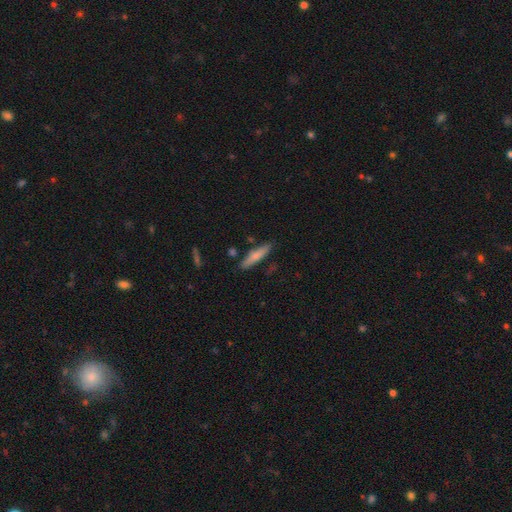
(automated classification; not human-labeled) Smooth or featured? Predicted: smooth (p=0.66). How rounded? Predicted: cigar-shaped (p=0.84). Merging? Predicted: none (p=0.83).